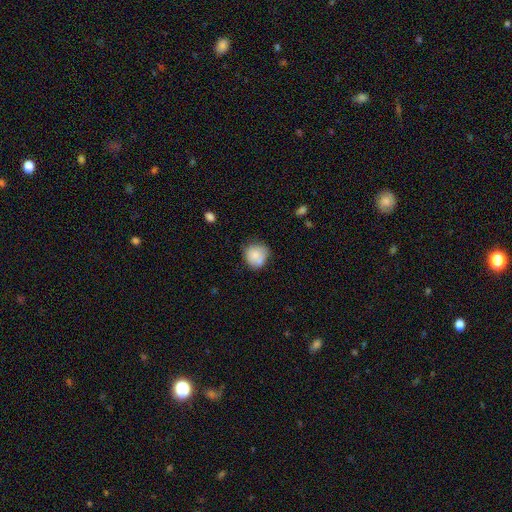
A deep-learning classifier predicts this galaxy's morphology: Q: Smooth or featured?
A: smooth (77%); runner-up: featured or disk (15%)
Q: How rounded?
A: round (81%); runner-up: in between (18%)
Q: Merging?
A: none (55%); runner-up: minor disturbance (24%)